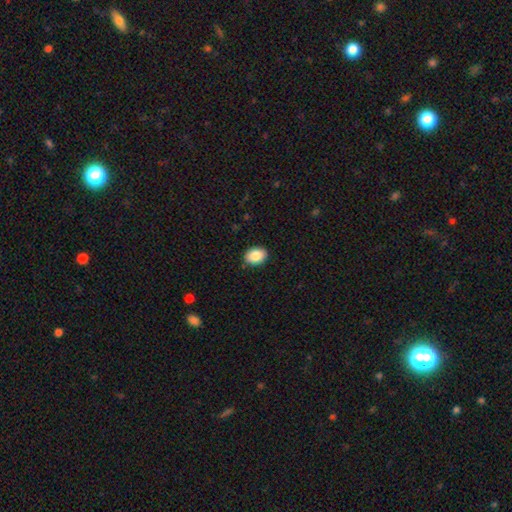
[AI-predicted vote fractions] Q: Smooth or featured?
A: smooth (87%); runner-up: star or artifact (7%)
Q: How rounded?
A: in between (74%); runner-up: round (25%)
Q: Merging?
A: none (88%); runner-up: minor disturbance (9%)